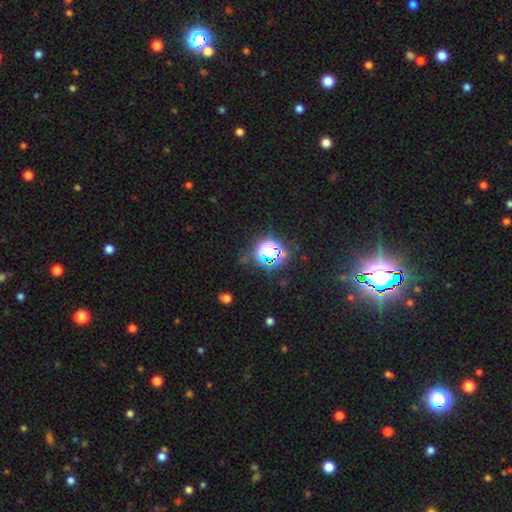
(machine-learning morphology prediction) Smooth or featured? star or artifact (80%)